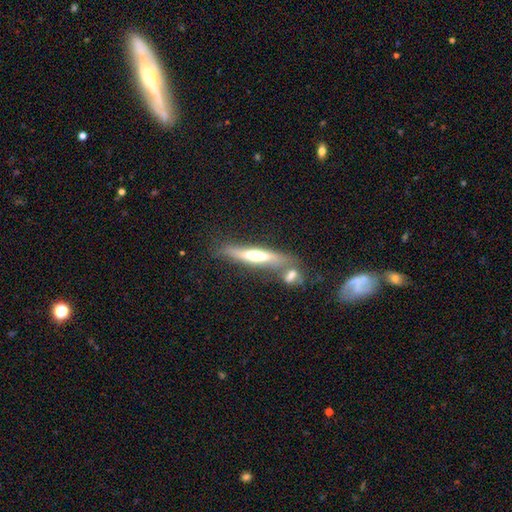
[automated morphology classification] smooth_or_featured: featured or disk (p=0.53) [alt: smooth p=0.40]
disk_edge_on: yes (p=0.82) [alt: no p=0.18]
merging: none (p=0.47) [alt: merger p=0.32]